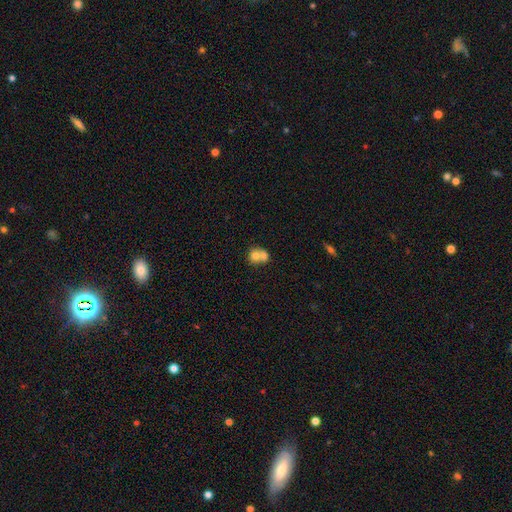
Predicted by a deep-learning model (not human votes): Morphology: type=smooth (70%); roundness=round (72%); merging=merger (65%).